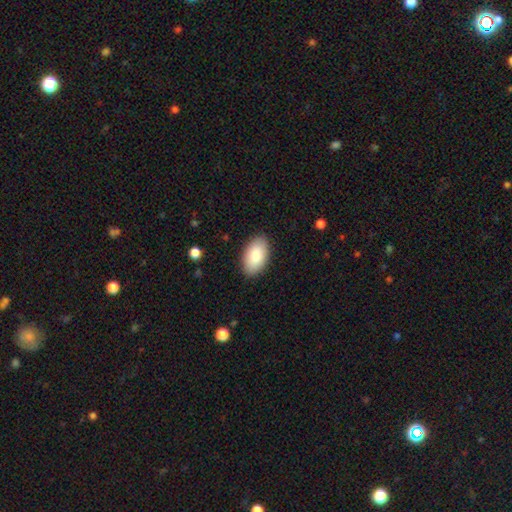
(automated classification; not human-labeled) smooth-or-featured: smooth: 86% | featured or disk: 8% | star or artifact: 6%
  how-rounded: in between: 96% | round: 3% | cigar-shaped: 2%
  merging: none: 88% | minor disturbance: 9% | major disturbance: 2% | merger: 1%